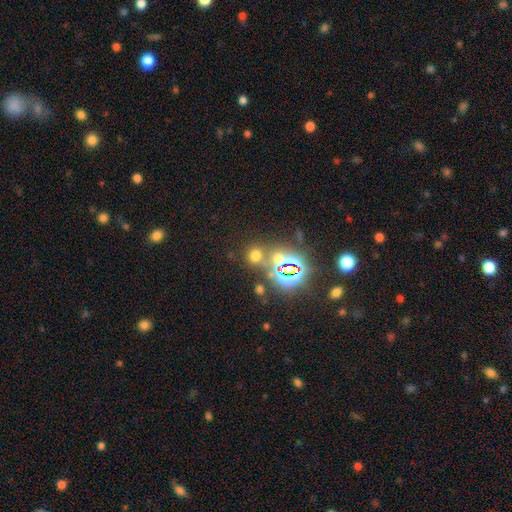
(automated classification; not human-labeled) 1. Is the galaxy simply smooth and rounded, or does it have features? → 51% smooth, 41% star or artifact, 8% featured or disk.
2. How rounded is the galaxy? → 82% round, 17% in between, 1% cigar-shaped.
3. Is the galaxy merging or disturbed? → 67% none, 19% merger, 9% minor disturbance, 5% major disturbance.